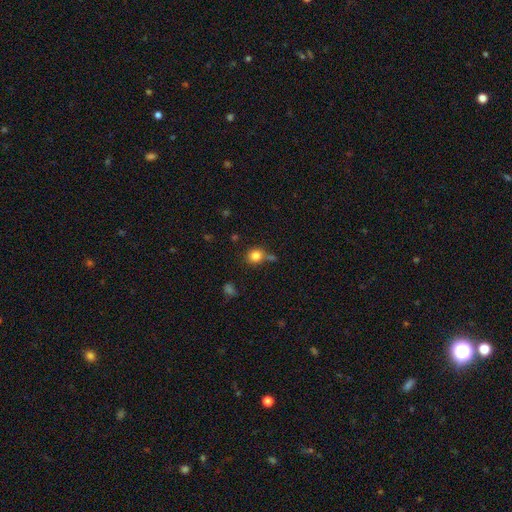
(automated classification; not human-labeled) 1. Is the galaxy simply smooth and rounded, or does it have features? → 82% smooth, 11% star or artifact, 7% featured or disk.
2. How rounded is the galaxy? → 83% round, 16% in between, 1% cigar-shaped.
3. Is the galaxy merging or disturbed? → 68% none, 14% minor disturbance, 13% merger, 5% major disturbance.